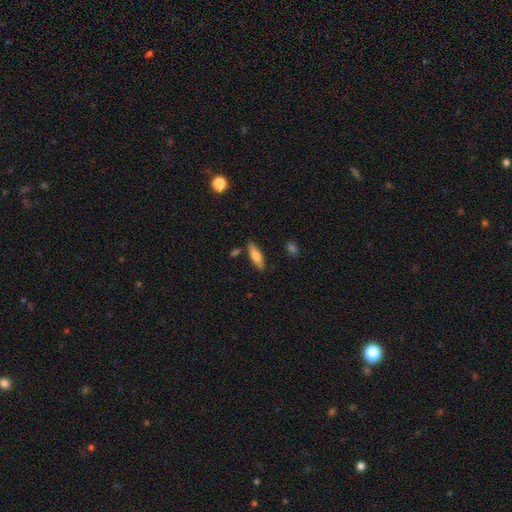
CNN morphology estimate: Q: Smooth or featured?
A: smooth (76%); runner-up: featured or disk (18%)
Q: How rounded?
A: cigar-shaped (53%); runner-up: in between (45%)
Q: Merging?
A: none (82%); runner-up: minor disturbance (12%)